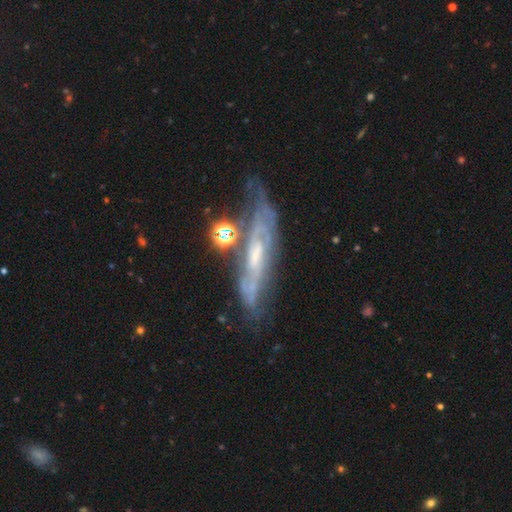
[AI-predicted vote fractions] This appears to be a featured or disk galaxy (78%) with no bar (40%), spiral arms (82%) and a small central bulge (49%). Merging: none (51%).